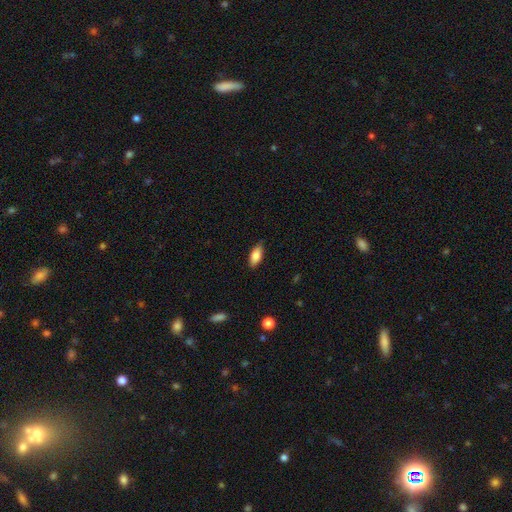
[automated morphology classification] type=smooth (82%); roundness=in between (84%); merging=none (84%).